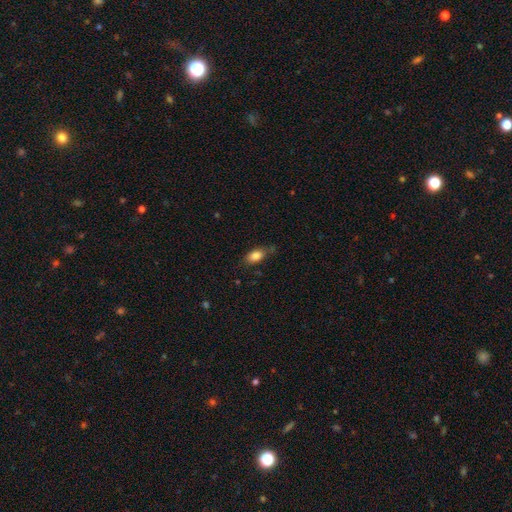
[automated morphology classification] This is clearly a smooth galaxy (84%). How rounded: clearly in between (87%). Merging: likely none (69%).